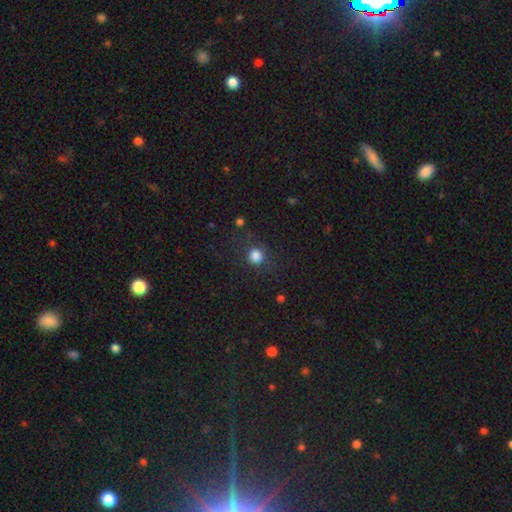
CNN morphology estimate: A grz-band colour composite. It shows a smooth galaxy with no disk features (82%) that is round (90%). Merging: none (81%).